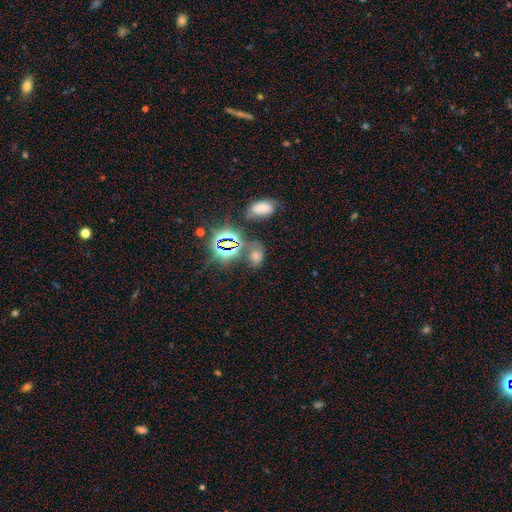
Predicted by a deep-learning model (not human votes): Smooth or featured: star or artifact — 44% (smooth — 43%)